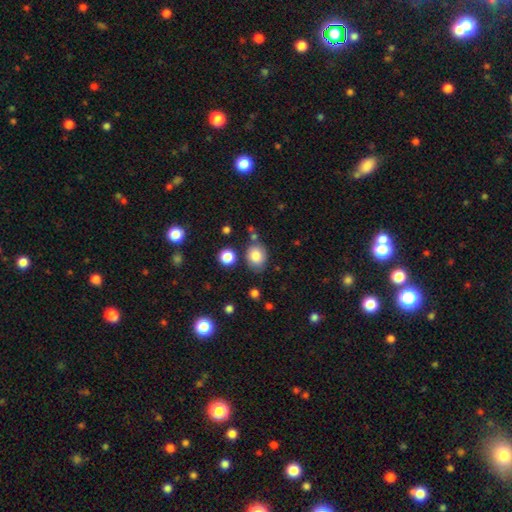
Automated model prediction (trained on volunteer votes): Smooth or featured? Predicted: smooth (p=0.83). How rounded? Predicted: in between (p=0.52). Merging? Predicted: none (p=0.72).